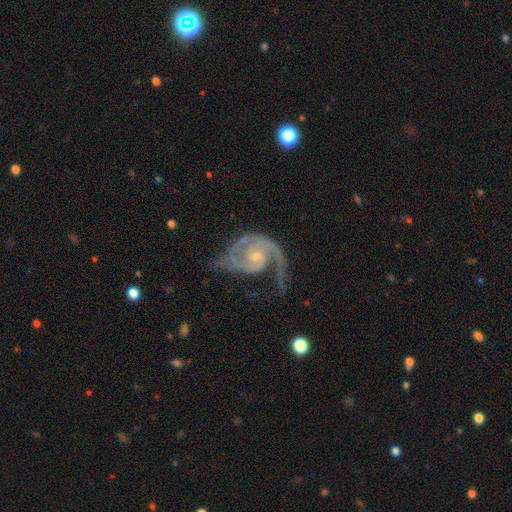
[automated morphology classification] The model was most divided on "spiral winding": medium: 48%, tight: 39%, loose: 13%. More confident: spiral arms — yes (98%); edge-on disk — no (98%); smooth or featured — featured or disk (91%); spiral arm count — 2 (80%); bulge size — small (69%); bar — no (67%); merging — none (51%).